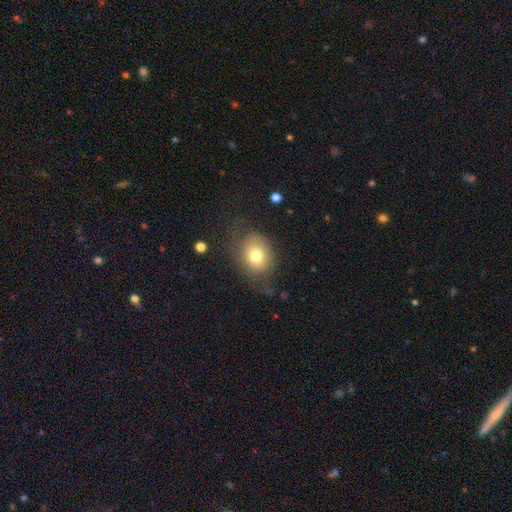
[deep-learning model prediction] This appears to be a smooth galaxy with no disk features (72%) that is round (56%). Merging: none (57%).